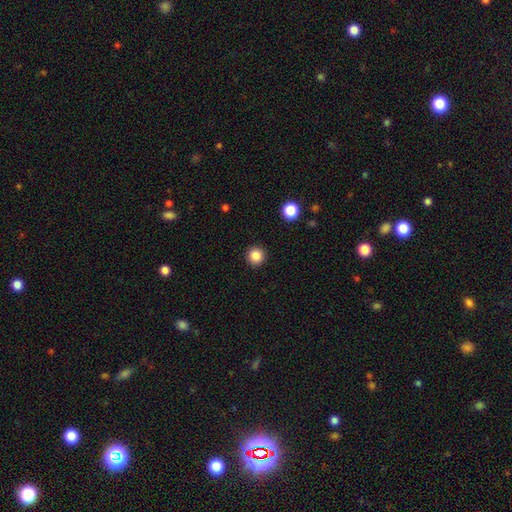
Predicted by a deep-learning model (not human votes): Q: Smooth or featured?
A: smooth (85%); runner-up: star or artifact (11%)
Q: How rounded?
A: round (96%); runner-up: in between (4%)
Q: Merging?
A: none (93%); runner-up: minor disturbance (4%)